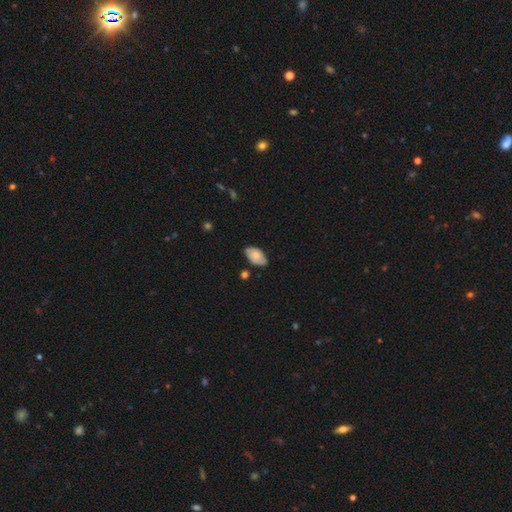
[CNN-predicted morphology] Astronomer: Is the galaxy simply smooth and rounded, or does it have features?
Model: smooth — 63%.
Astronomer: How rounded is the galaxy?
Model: in between — 94%.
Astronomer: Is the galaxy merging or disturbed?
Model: none — 73%.